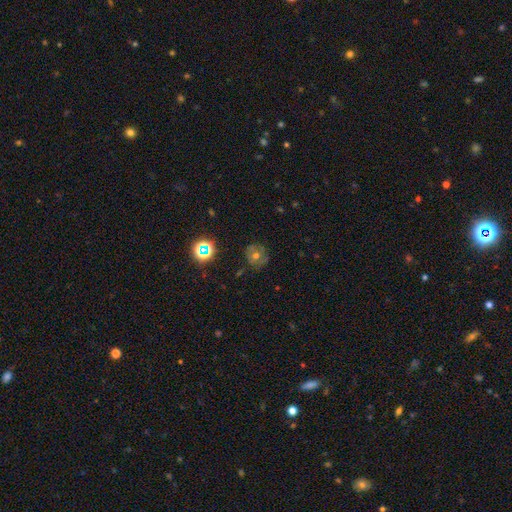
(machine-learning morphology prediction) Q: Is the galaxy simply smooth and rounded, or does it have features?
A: smooth — 46%.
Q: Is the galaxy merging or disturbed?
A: none — 73%.